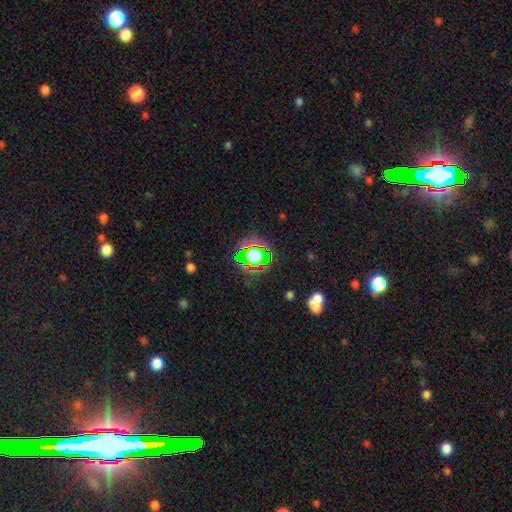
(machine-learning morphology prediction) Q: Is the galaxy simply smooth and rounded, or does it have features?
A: star or artifact — 55%.